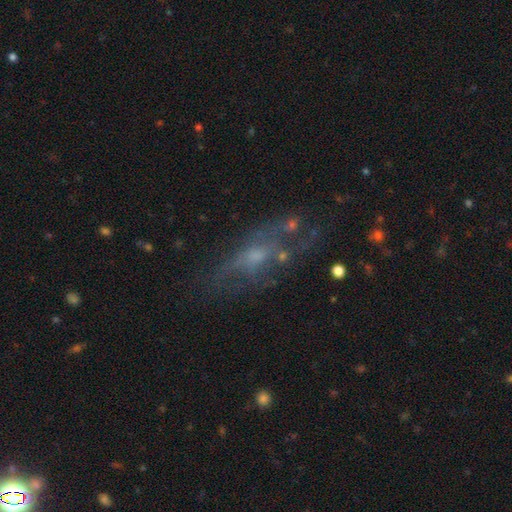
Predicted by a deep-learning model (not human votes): A featured or disk galaxy (56%). Merging: none (58%).